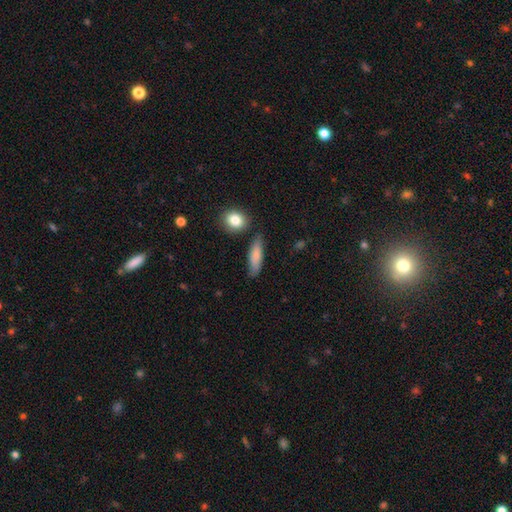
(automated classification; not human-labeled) A smooth galaxy with no disk features (79%) that is cigar-shaped (52%). Merging: none (76%).